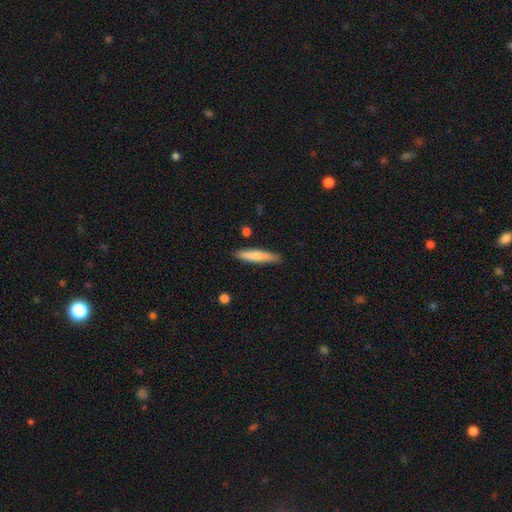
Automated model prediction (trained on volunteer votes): Smooth or featured?
  - smooth: 74% *
  - featured or disk: 20%
  - star or artifact: 6%
How rounded?
  - cigar-shaped: 89% *
  - in between: 9%
  - round: 1%
Merging?
  - none: 87% *
  - minor disturbance: 9%
  - merger: 2%
  - major disturbance: 2%